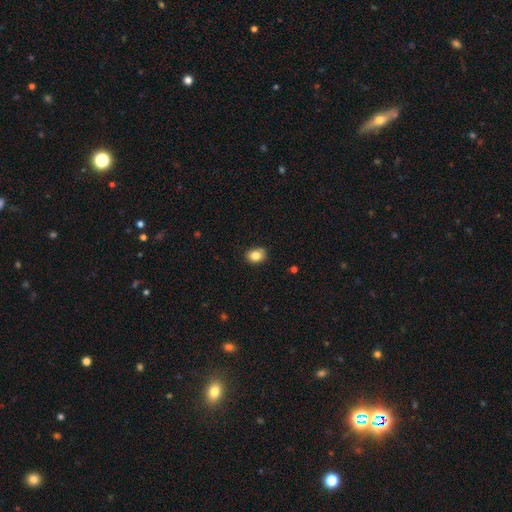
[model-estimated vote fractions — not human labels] Overall: smooth (83%). How rounded: in between (66%; round 33%). Merging: none (82%).